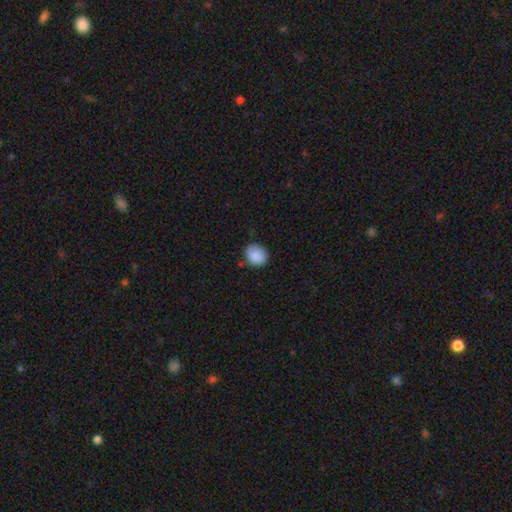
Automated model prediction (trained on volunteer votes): Smooth or featured?
  - smooth: 88% *
  - star or artifact: 8%
  - featured or disk: 4%
How rounded?
  - round: 70% *
  - in between: 29%
  - cigar-shaped: 1%
Merging?
  - none: 76% *
  - minor disturbance: 19%
  - major disturbance: 3%
  - merger: 2%